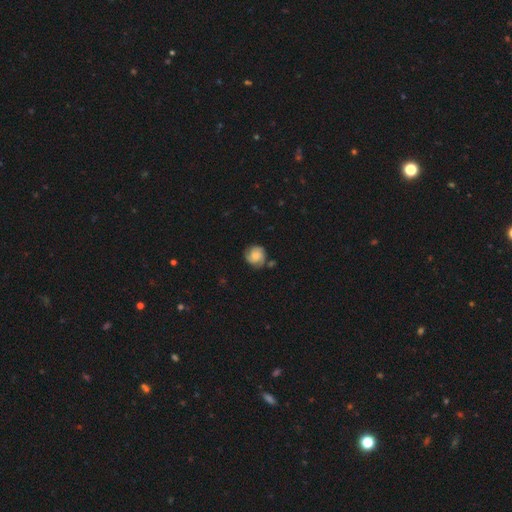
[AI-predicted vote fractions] smooth_or_featured: featured or disk (p=0.57) [alt: smooth p=0.35]
disk_edge_on: no (p=0.98) [alt: yes p=0.02]
bar: no (p=0.72) [alt: weak p=0.24]
has_spiral_arms: yes (p=0.93) [alt: no p=0.07]
spiral_winding: tight (p=0.57) [alt: medium p=0.34]
spiral_arm_count: 2 (p=0.38) [alt: 3 p=0.34]
bulge_size: moderate (p=0.40) [tied with: small p=0.40]
merging: none (p=0.73) [alt: minor disturbance p=0.18]